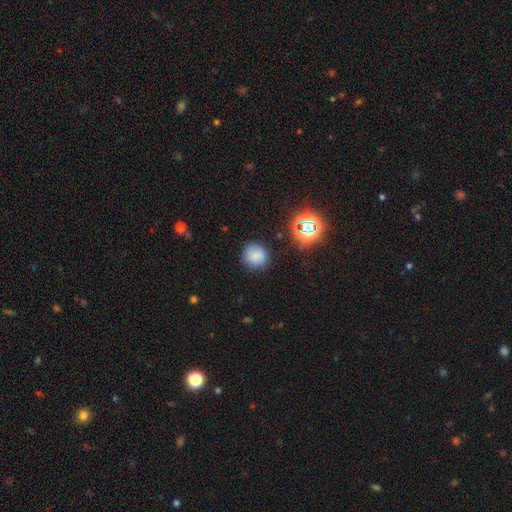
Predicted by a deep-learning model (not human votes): Overall: smooth (78%). How rounded: round (85%). Merging: none (82%).